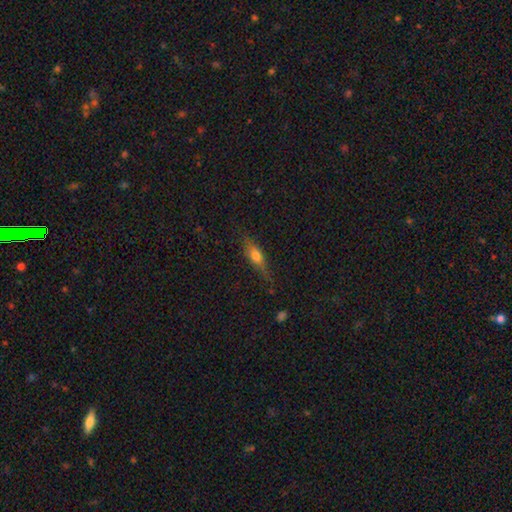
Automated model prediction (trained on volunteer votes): smooth_or_featured: smooth (p=0.61) [alt: featured or disk p=0.31]
how_rounded: in between (p=0.48) [alt: cigar-shaped p=0.47]
merging: none (p=0.72) [alt: minor disturbance p=0.21]